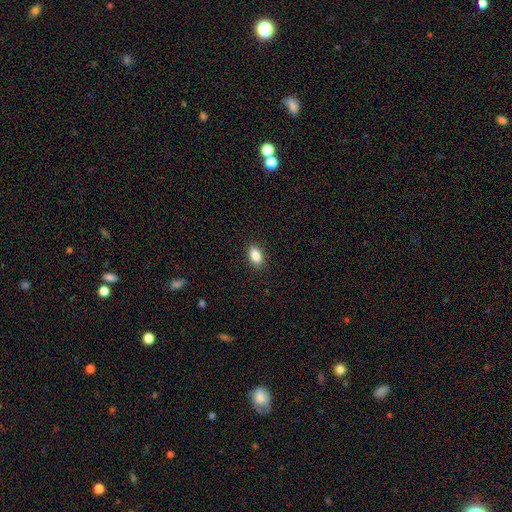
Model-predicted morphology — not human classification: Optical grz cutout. It shows a smooth galaxy with no disk features (86%) that is in between round and cigar-shaped (90%). Merging: none (89%).